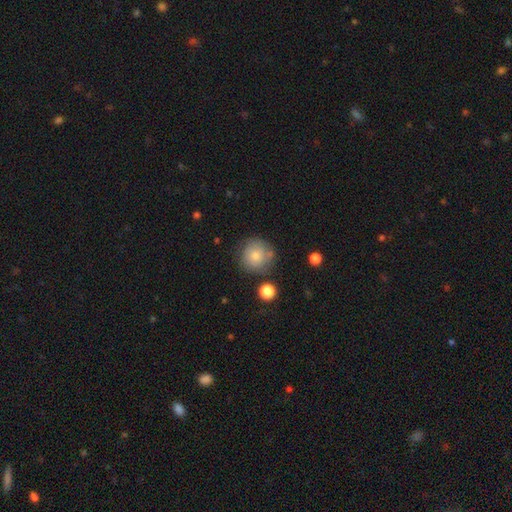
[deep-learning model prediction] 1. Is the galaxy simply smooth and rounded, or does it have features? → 76% smooth, 16% featured or disk, 8% star or artifact.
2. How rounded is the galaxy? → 93% round, 6% in between, 1% cigar-shaped.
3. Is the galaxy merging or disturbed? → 72% none, 17% minor disturbance, 6% merger, 5% major disturbance.